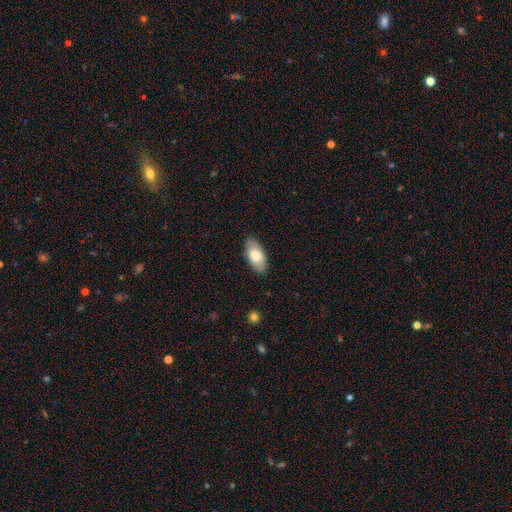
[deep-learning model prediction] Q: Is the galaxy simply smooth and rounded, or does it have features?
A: smooth — 80%.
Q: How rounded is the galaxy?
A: in between — 93%.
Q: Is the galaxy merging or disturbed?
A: none — 86%.